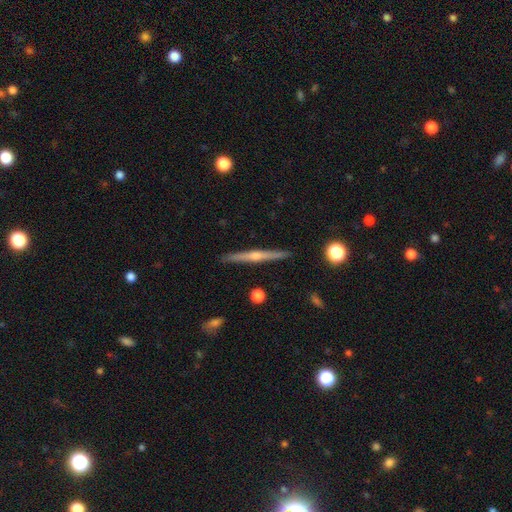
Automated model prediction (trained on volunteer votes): The model was most divided on "smooth or featured": featured or disk: 77%, smooth: 17%, star or artifact: 6%. More confident: edge-on disk — yes (98%); merging — none (91%); edge-on bulge — rounded (82%).